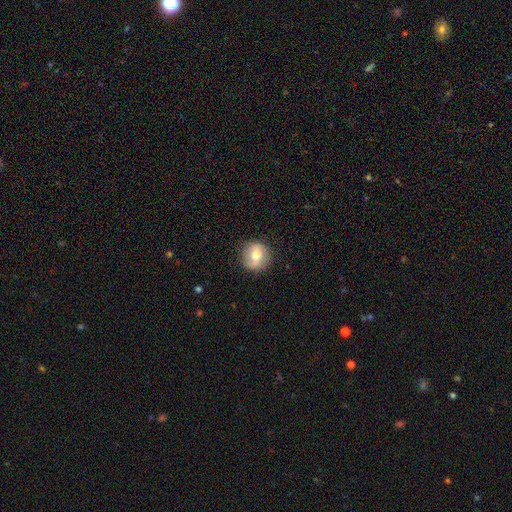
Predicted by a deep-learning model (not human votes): Q: Smooth or featured?
A: smooth (56%); runner-up: featured or disk (36%)
Q: How rounded?
A: round (87%); runner-up: in between (12%)
Q: Merging?
A: none (83%); runner-up: minor disturbance (12%)